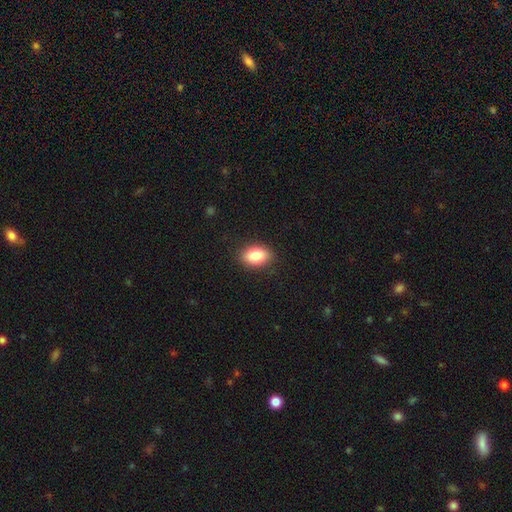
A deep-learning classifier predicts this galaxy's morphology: Smooth or featured?
  - smooth: 85% *
  - star or artifact: 8%
  - featured or disk: 7%
How rounded?
  - in between: 82% *
  - round: 16%
  - cigar-shaped: 1%
Merging?
  - none: 88% *
  - minor disturbance: 9%
  - major disturbance: 2%
  - merger: 1%